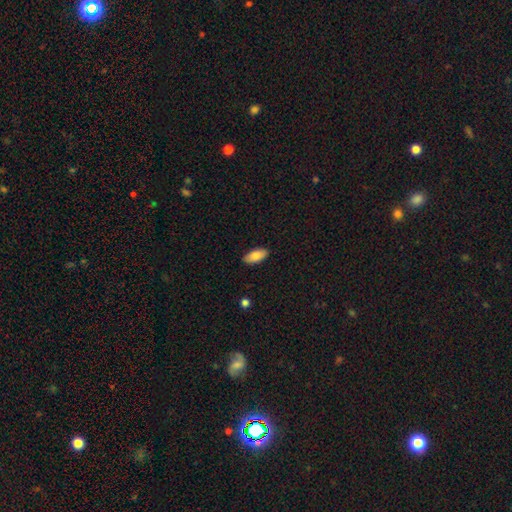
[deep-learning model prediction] Smooth or featured? Predicted: smooth (p=0.86). How rounded? Predicted: in between (p=0.89). Merging? Predicted: none (p=0.87).